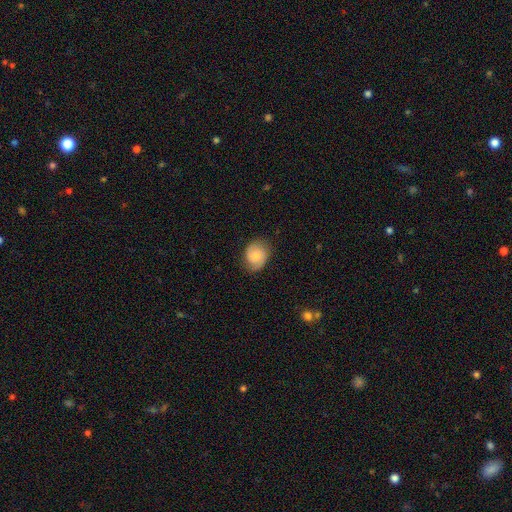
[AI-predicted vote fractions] smooth 48%, featured or disk 44%, star or artifact 8%. Down the decision tree: merging — none (75%).